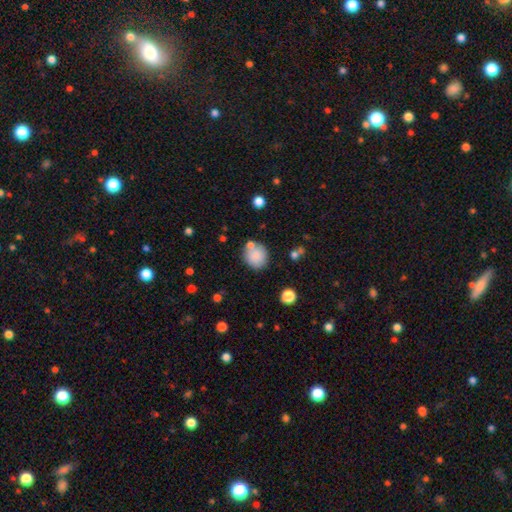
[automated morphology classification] Smooth or featured: smooth — 83% (star or artifact — 9%)
How rounded: round — 83% (in between — 16%)
Merging: none — 70% (merger — 13%)